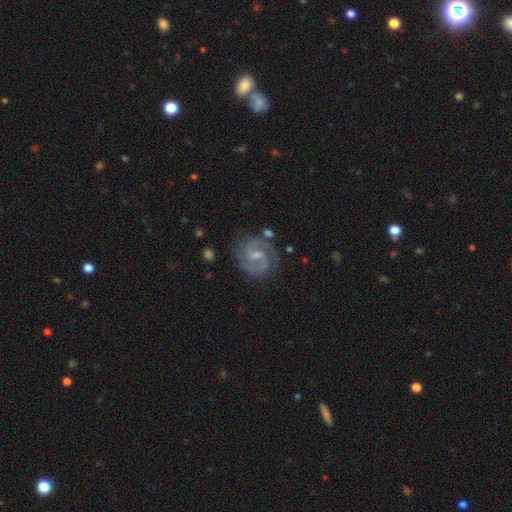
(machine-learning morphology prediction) featured or disk 91%, star or artifact 5%, smooth 4%. Down the decision tree: edge-on disk — no (98%); bar — weak (54%); spiral arms — yes (98%); spiral arm count — 2 (92%); spiral winding — medium (56%); bulge size — small (59%); merging — none (80%).